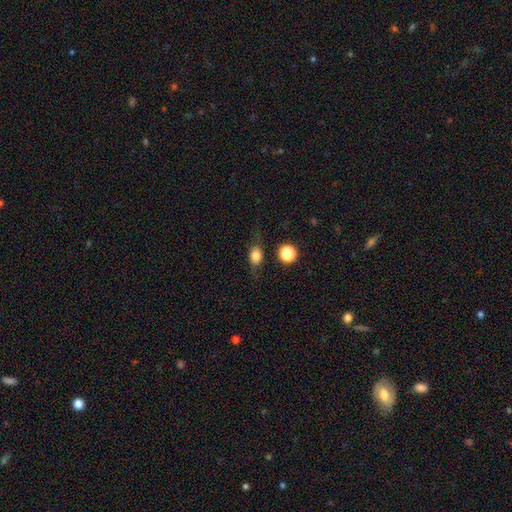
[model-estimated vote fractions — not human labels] The model was most divided on "how rounded": in between: 58%, round: 36%, cigar-shaped: 7%. More confident: smooth or featured — smooth (72%); merging — none (66%).